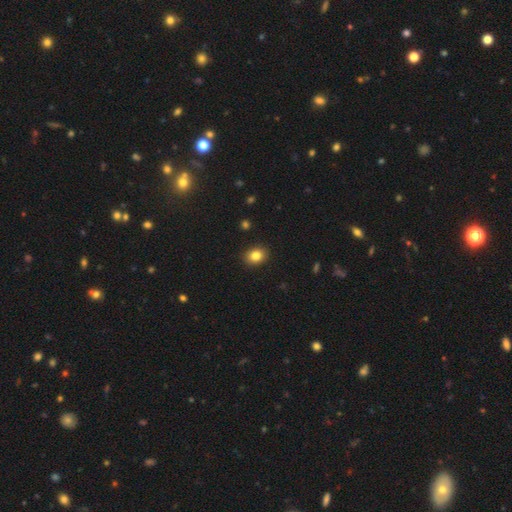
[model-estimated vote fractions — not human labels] Smooth or featured?
  - smooth: 84% *
  - star or artifact: 10%
  - featured or disk: 6%
How rounded?
  - in between: 53% *
  - round: 46%
  - cigar-shaped: 1%
Merging?
  - none: 90% *
  - minor disturbance: 7%
  - major disturbance: 2%
  - merger: 1%